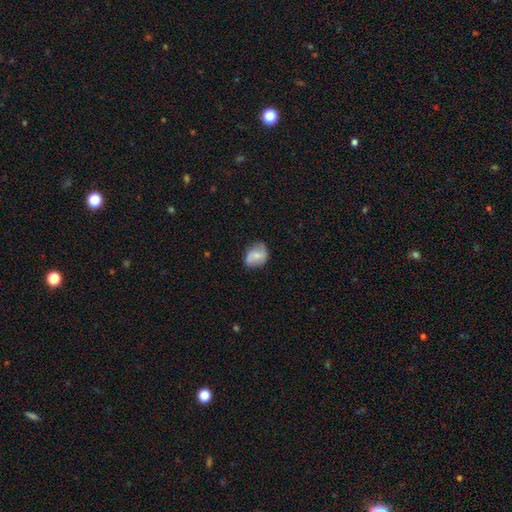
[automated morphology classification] type=featured or disk (49%); merging=none (70%).